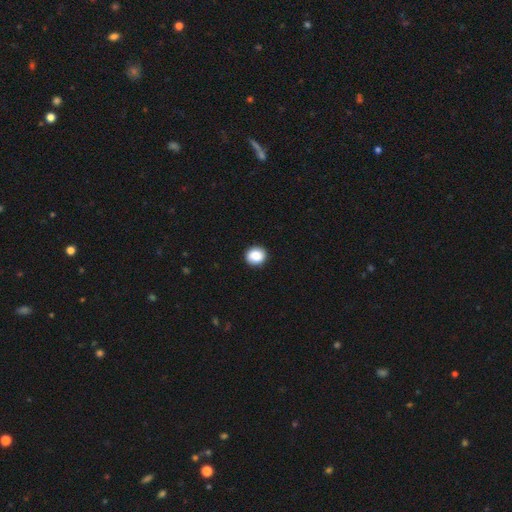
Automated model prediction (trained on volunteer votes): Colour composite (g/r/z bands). It shows a smooth galaxy with no disk features (87%) that is round (84%). Merging: none (91%).